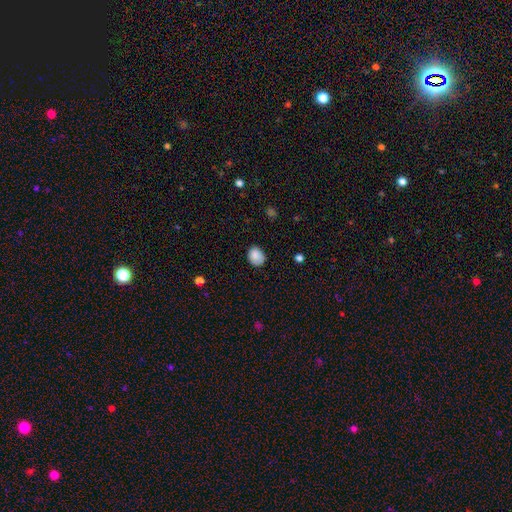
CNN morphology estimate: Smooth or featured? Predicted: smooth (p=0.85). How rounded? Predicted: round (p=0.55). Merging? Predicted: none (p=0.74).